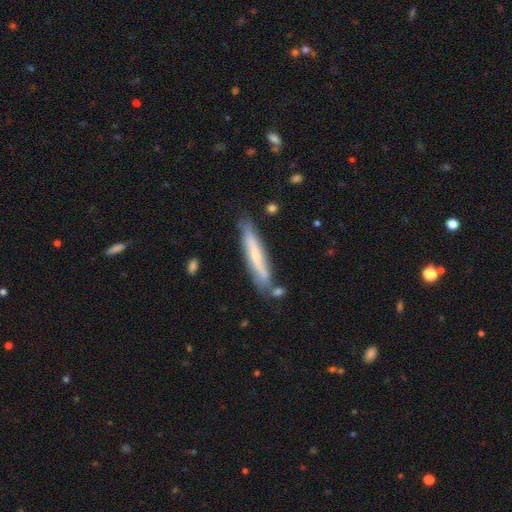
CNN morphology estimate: Smooth or featured: featured or disk — 48% (smooth — 45%)
Merging: none — 75% (minor disturbance — 16%)